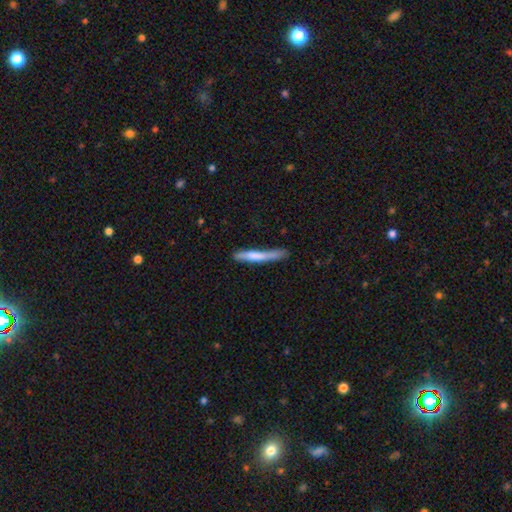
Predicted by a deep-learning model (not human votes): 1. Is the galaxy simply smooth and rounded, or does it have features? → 67% smooth, 28% featured or disk, 5% star or artifact.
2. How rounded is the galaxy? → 95% cigar-shaped, 4% in between, 1% round.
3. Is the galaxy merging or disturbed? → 60% none, 26% minor disturbance, 9% major disturbance, 5% merger.